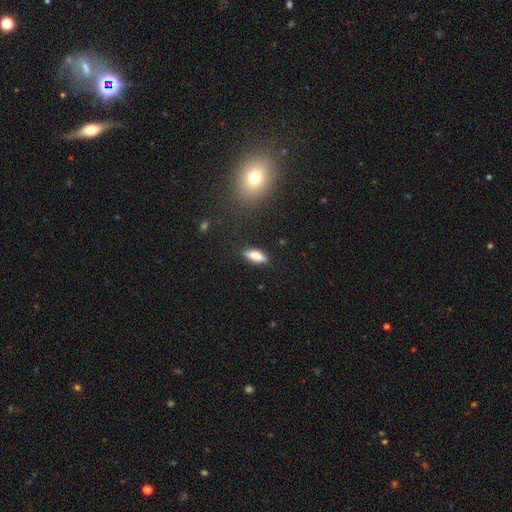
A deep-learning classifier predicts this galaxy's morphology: This is likely a smooth galaxy (73%). How rounded: likely in between (64%). Merging: clearly none (86%).